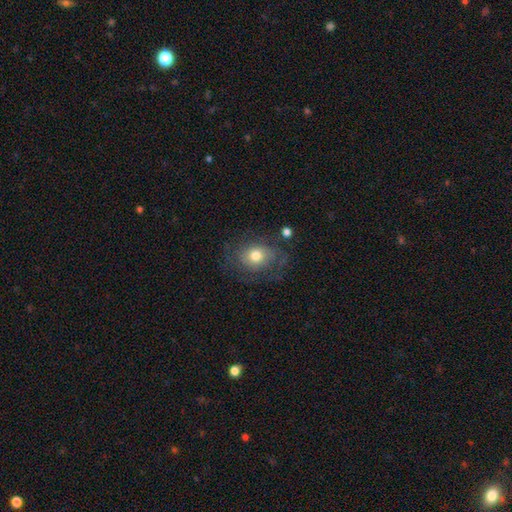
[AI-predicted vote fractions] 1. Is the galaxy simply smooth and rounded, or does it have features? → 61% smooth, 28% featured or disk, 11% star or artifact.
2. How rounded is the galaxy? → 58% round, 41% in between, 1% cigar-shaped.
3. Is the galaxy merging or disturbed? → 64% none, 20% minor disturbance, 14% major disturbance, 3% merger.